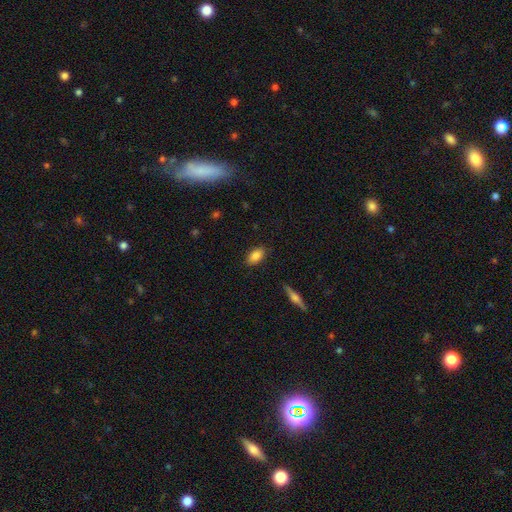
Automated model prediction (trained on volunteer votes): A smooth galaxy with no disk features (85%) that is in between round and cigar-shaped (90%). Merging: none (87%).